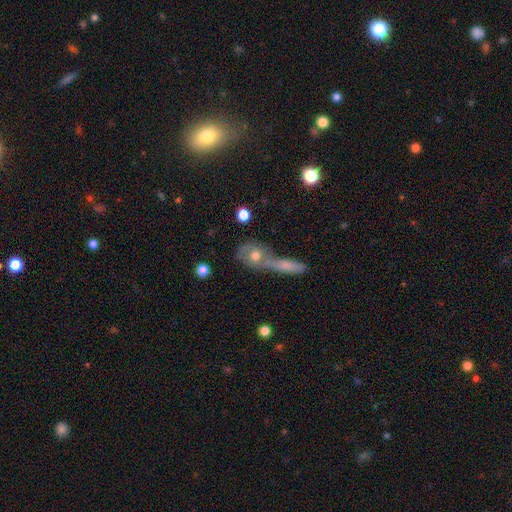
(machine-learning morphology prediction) Smooth or featured? smooth (57%)
How rounded? round (45%)
Merging? merger (44%)